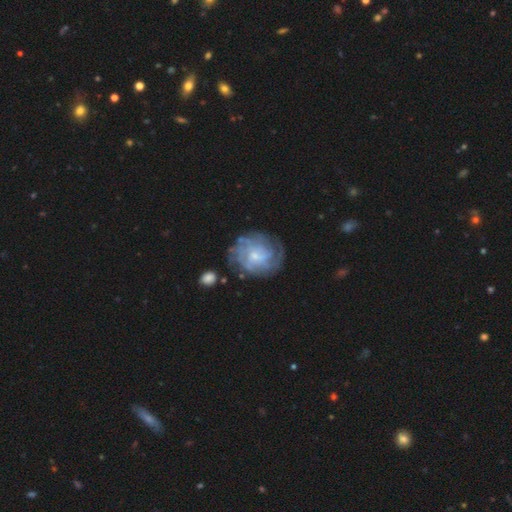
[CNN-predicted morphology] Smooth or featured?
  - featured or disk: 76% *
  - smooth: 17%
  - star or artifact: 7%
Edge-on disk?
  - no: 97% *
  - yes: 3%
Bar?
  - no: 60% *
  - weak: 35%
  - strong: 5%
Spiral arms?
  - yes: 87% *
  - no: 13%
Spiral winding?
  - tight: 59% *
  - medium: 29%
  - loose: 12%
Spiral arm count?
  - can't tell: 52% *
  - 4: 12%
  - 2: 11%
  - 3: 11%
  - more than 4: 7%
  - 1: 5%
Bulge size?
  - small: 58% *
  - moderate: 30%
  - none: 8%
  - large: 3%
  - dominant: 1%
Merging?
  - none: 69% *
  - minor disturbance: 18%
  - major disturbance: 10%
  - merger: 3%